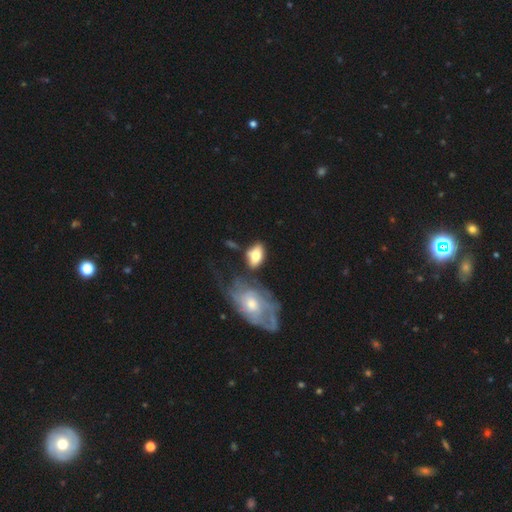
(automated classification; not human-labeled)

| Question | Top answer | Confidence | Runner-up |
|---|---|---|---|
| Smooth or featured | smooth | 66% | featured or disk (27%) |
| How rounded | in between | 88% | round (9%) |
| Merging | none | 47% | minor disturbance (22%) |